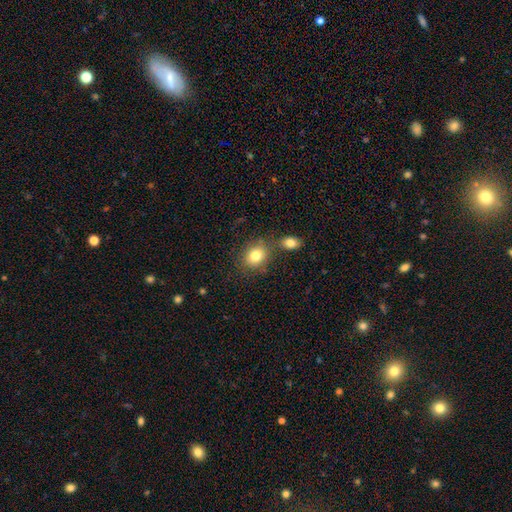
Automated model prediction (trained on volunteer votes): smooth_or_featured: smooth (p=0.81) [alt: star or artifact p=0.10]
how_rounded: round (p=0.61) [alt: in between p=0.38]
merging: none (p=0.66) [alt: merger p=0.18]